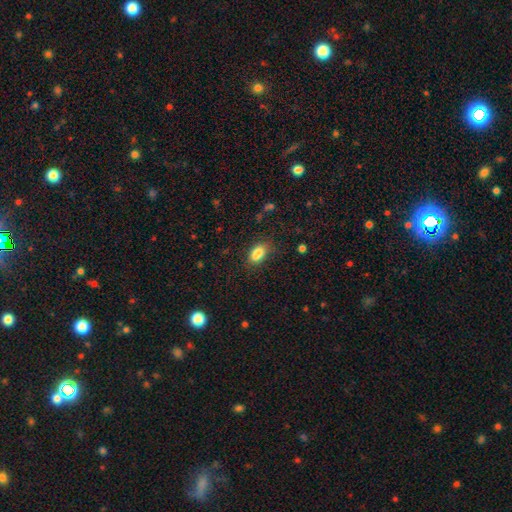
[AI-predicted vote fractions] Q: Smooth or featured?
A: smooth (85%); runner-up: star or artifact (9%)
Q: How rounded?
A: in between (88%); runner-up: round (8%)
Q: Merging?
A: none (77%); runner-up: minor disturbance (16%)